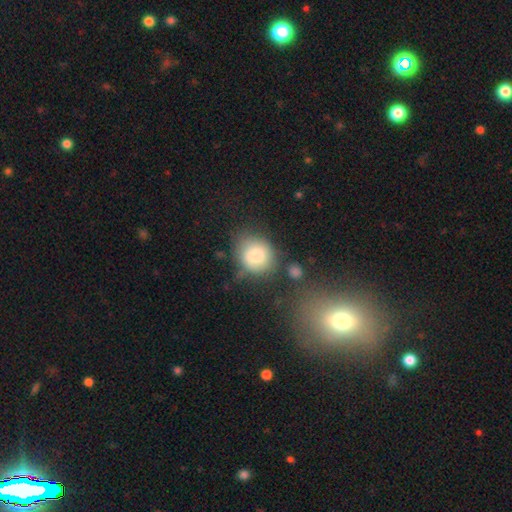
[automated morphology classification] smooth_or_featured: smooth (p=0.79) [alt: featured or disk p=0.12]
how_rounded: round (p=0.59) [alt: in between p=0.40]
merging: none (p=0.54) [alt: minor disturbance p=0.24]